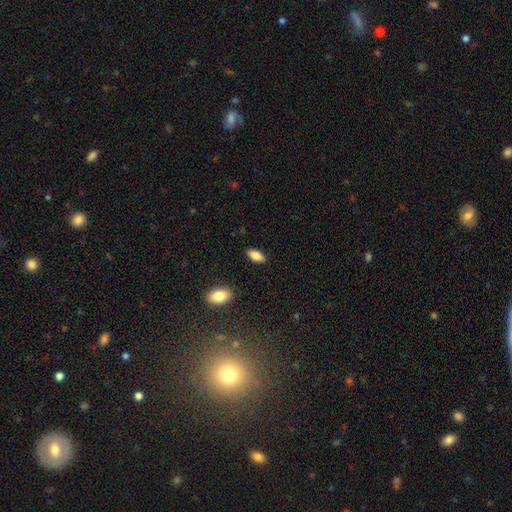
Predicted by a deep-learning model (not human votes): Smooth or featured? smooth (82%)
How rounded? in between (88%)
Merging? none (88%)